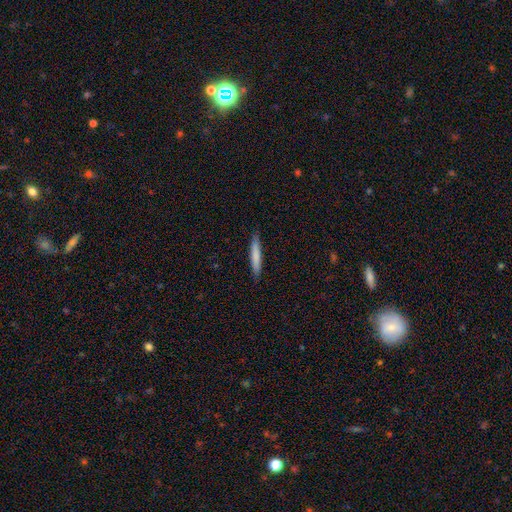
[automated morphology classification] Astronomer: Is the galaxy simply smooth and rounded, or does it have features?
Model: smooth — 78%.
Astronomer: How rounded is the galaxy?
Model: cigar-shaped — 93%.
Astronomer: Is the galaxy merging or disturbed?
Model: none — 88%.